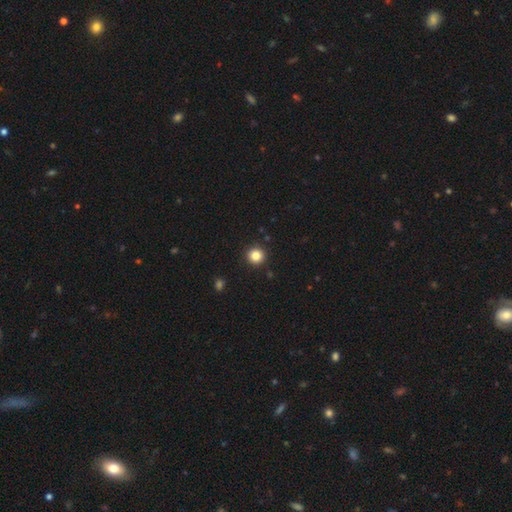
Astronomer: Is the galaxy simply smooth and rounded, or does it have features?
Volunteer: smooth — 87%.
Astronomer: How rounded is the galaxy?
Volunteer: round — 94%.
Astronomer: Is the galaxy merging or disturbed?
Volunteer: none — 100%.